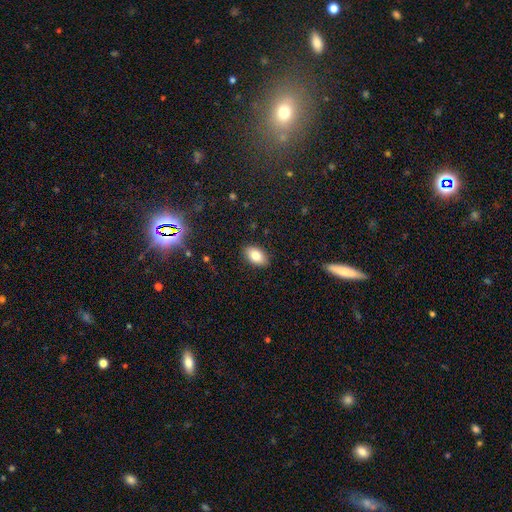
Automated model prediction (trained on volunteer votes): Smooth or featured: smooth — 82% (featured or disk — 10%)
How rounded: in between — 91% (round — 7%)
Merging: none — 88% (minor disturbance — 9%)